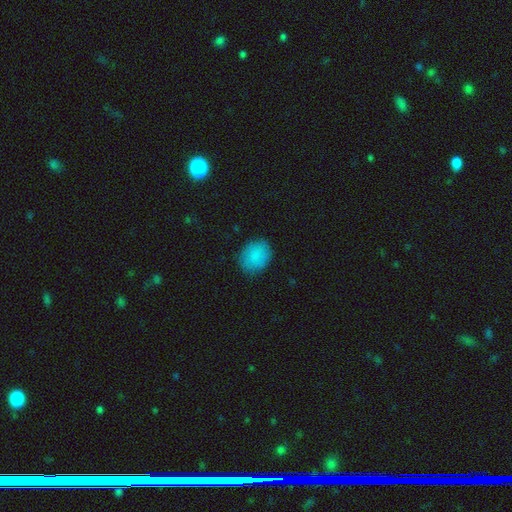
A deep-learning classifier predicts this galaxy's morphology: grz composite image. It shows a smooth galaxy with no disk features (86%) that is round (56%). Merging: none (81%).